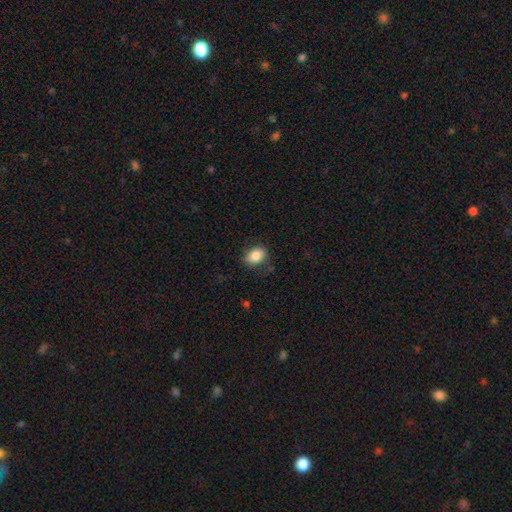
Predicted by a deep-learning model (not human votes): smooth-or-featured: smooth: 85% | star or artifact: 8% | featured or disk: 7%
  how-rounded: in between: 71% | round: 28% | cigar-shaped: 1%
  merging: none: 74% | minor disturbance: 19% | major disturbance: 5% | merger: 2%